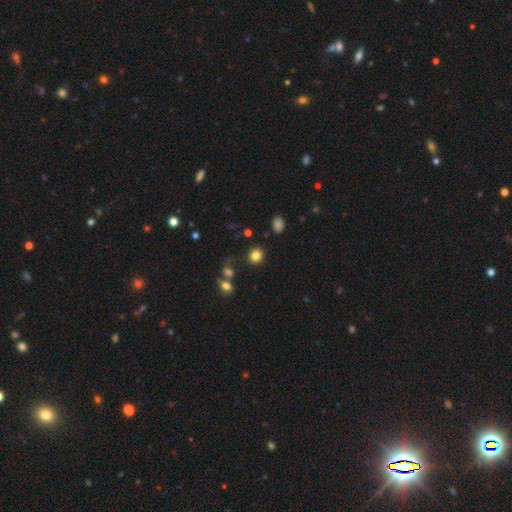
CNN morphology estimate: type=smooth (83%); roundness=round (82%); merging=none (83%).